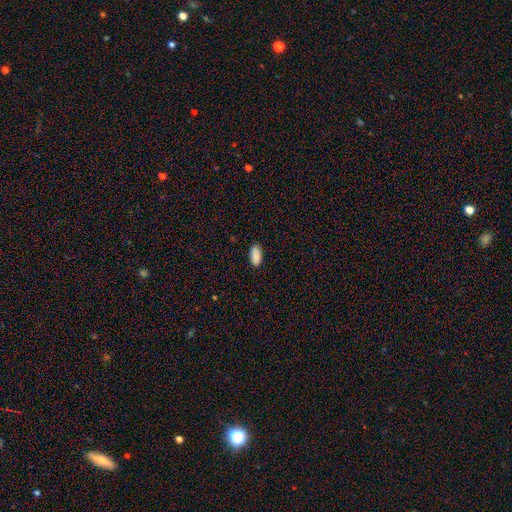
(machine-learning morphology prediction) smooth 89%, star or artifact 7%, featured or disk 4%. Down the decision tree: how rounded — in between (92%); merging — none (88%).